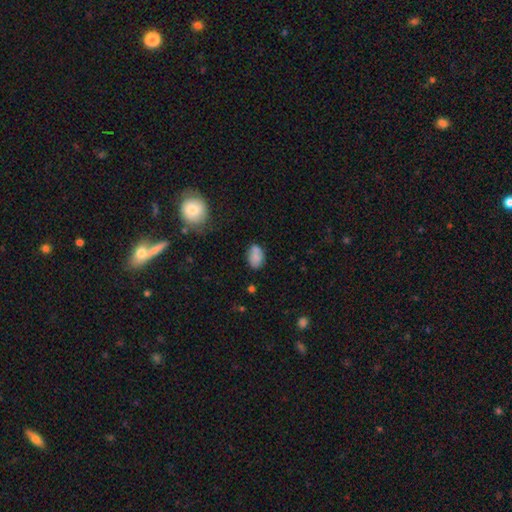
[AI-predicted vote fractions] The model was most divided on "merging": none: 63%, minor disturbance: 21%, merger: 11%, major disturbance: 5%. More confident: how rounded — in between (84%); smooth or featured — smooth (79%).